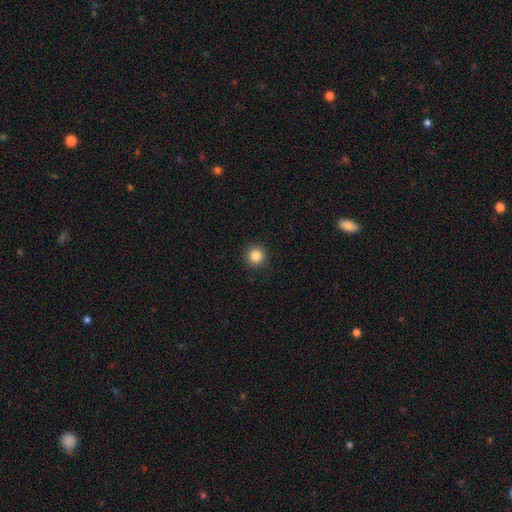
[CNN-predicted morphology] Smooth or featured? smooth (85%)
How rounded? round (95%)
Merging? none (92%)